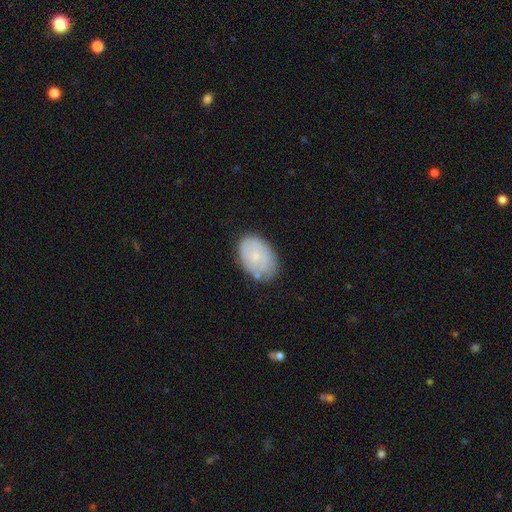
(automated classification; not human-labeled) Q: Smooth or featured?
A: smooth (55%); runner-up: featured or disk (38%)
Q: How rounded?
A: in between (85%); runner-up: round (14%)
Q: Merging?
A: none (71%); runner-up: minor disturbance (21%)